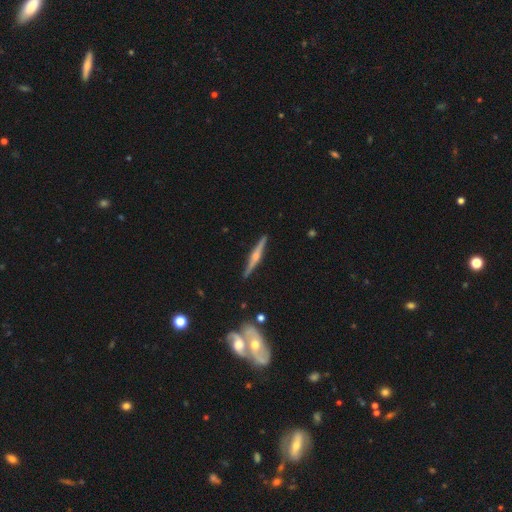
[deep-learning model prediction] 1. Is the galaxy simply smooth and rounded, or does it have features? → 79% featured or disk, 15% smooth, 5% star or artifact.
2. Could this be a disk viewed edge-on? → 98% yes, 2% no.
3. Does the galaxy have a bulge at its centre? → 86% rounded, 8% boxy, 6% none.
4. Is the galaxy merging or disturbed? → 90% none, 7% minor disturbance, 1% major disturbance, 1% merger.